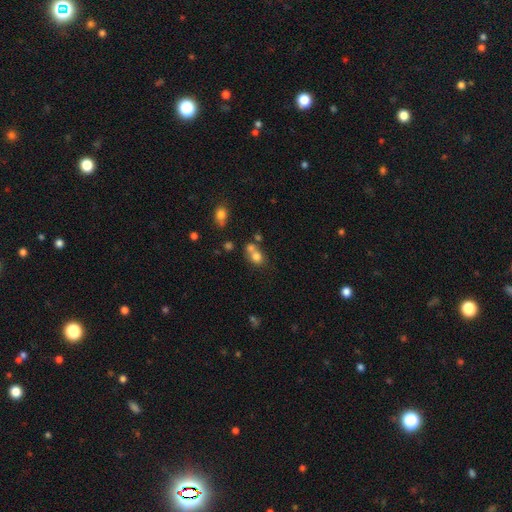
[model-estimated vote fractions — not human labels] A smooth galaxy with no disk features (74%) that is round (65%).

Vote fractions:
- Smooth or featured? smooth: 74% / star or artifact: 13% / featured or disk: 13%
- How rounded? round: 65% / in between: 34% / cigar-shaped: 1%
- Merging? merger: 49% / none: 37% / minor disturbance: 9% / major disturbance: 5%